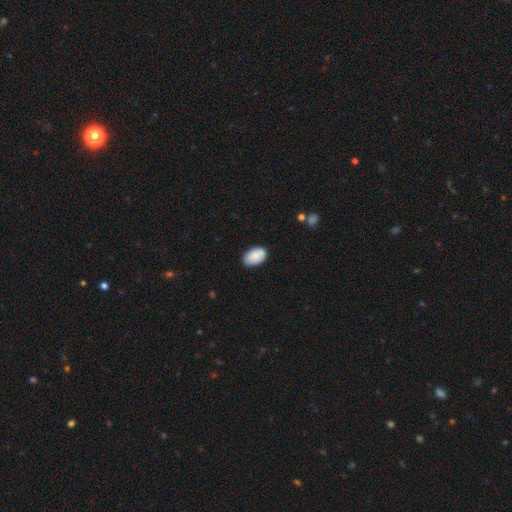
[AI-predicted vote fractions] Q: Smooth or featured?
A: smooth (87%); runner-up: star or artifact (7%)
Q: How rounded?
A: in between (93%); runner-up: round (6%)
Q: Merging?
A: none (80%); runner-up: minor disturbance (16%)